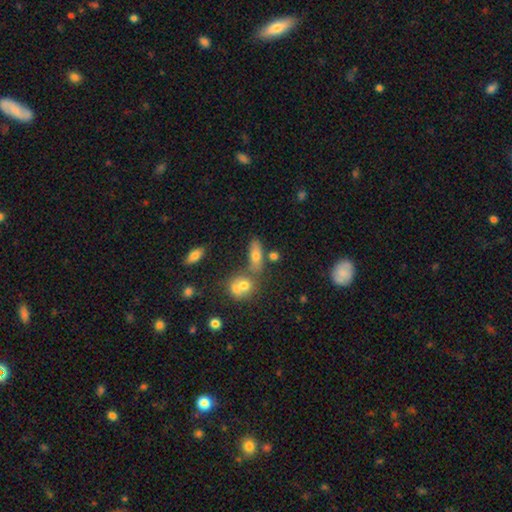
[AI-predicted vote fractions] Overall: smooth (67%). How rounded: in between (65%; cigar-shaped 27%). Merging: none (56%; merger 24%).